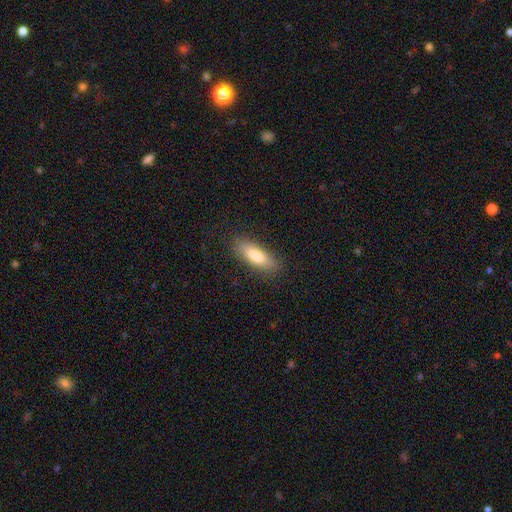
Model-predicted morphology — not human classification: smooth-or-featured: smooth: 80% | featured or disk: 13% | star or artifact: 6%
  how-rounded: in between: 62% | cigar-shaped: 36% | round: 2%
  merging: none: 85% | minor disturbance: 11% | major disturbance: 3% | merger: 1%